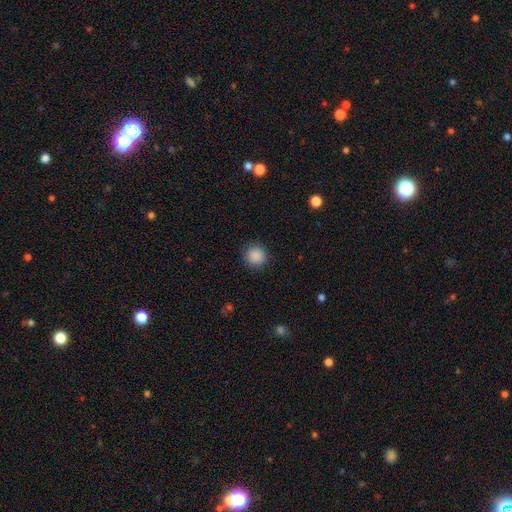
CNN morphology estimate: The model was most divided on "smooth or featured": smooth: 88%, star or artifact: 9%, featured or disk: 3%. More confident: how rounded — round (94%); merging — none (90%).